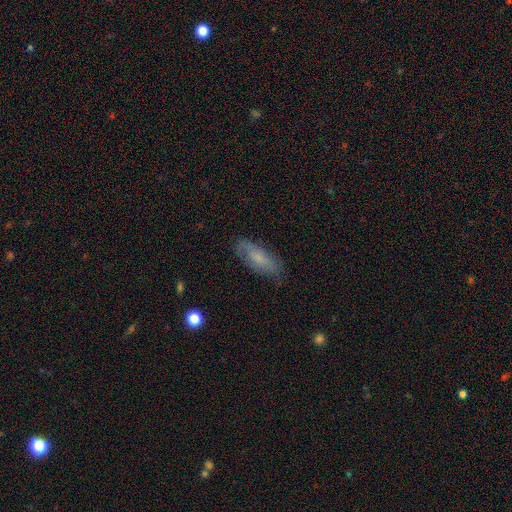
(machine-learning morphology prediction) Smooth or featured: smooth — 55% (featured or disk — 37%)
How rounded: in between — 70% (cigar-shaped — 28%)
Merging: none — 75% (minor disturbance — 18%)